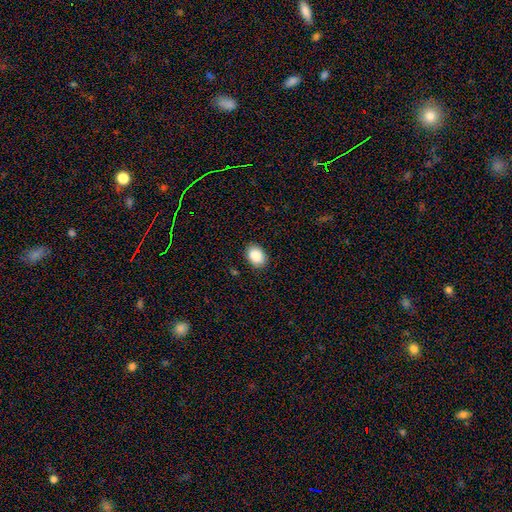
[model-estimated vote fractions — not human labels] Smooth or featured? smooth (89%)
How rounded? in between (72%)
Merging? none (88%)